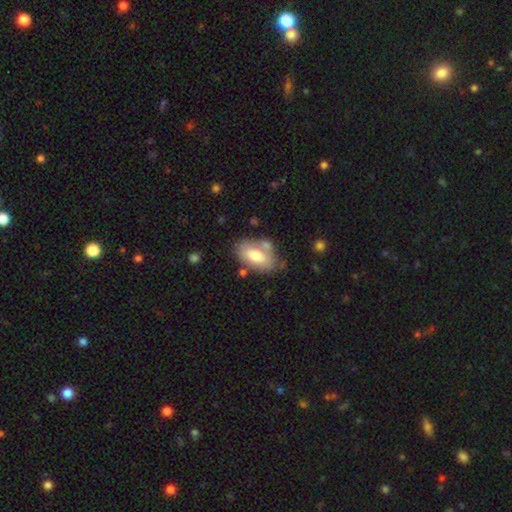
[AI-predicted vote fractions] smooth-or-featured: smooth: 66% | featured or disk: 28% | star or artifact: 6%
  how-rounded: in between: 93% | round: 5% | cigar-shaped: 2%
  merging: none: 63% | minor disturbance: 19% | merger: 13% | major disturbance: 6%